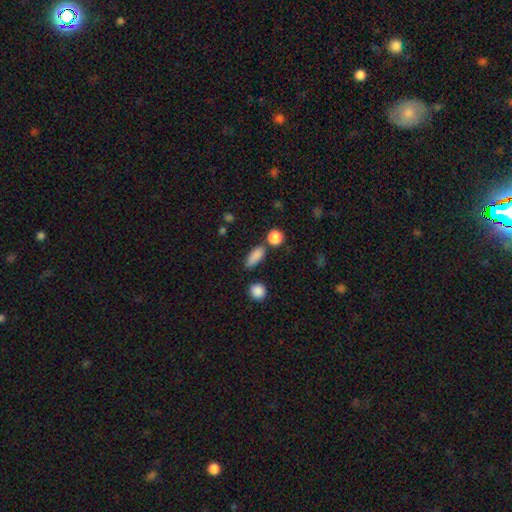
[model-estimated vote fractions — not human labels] Smooth or featured? Predicted: smooth (p=0.84). How rounded? Predicted: in between (p=0.65). Merging? Predicted: none (p=0.75).